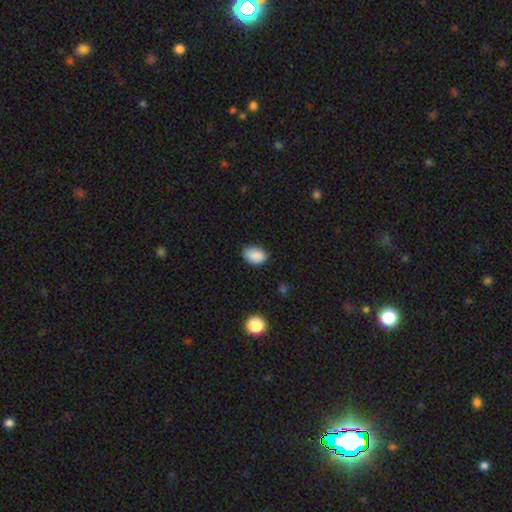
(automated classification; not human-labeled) smooth-or-featured: smooth: 88% | star or artifact: 8% | featured or disk: 3%
  how-rounded: in between: 84% | round: 15% | cigar-shaped: 1%
  merging: none: 79% | minor disturbance: 17% | major disturbance: 3% | merger: 1%